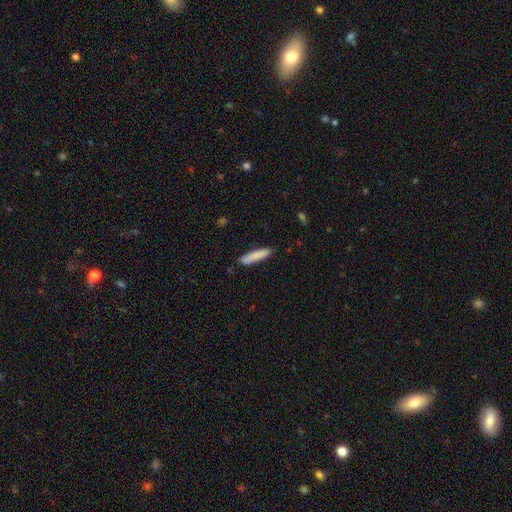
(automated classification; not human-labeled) smooth 86%, featured or disk 8%, star or artifact 6%. Down the decision tree: how rounded — cigar-shaped (81%); merging — none (84%).